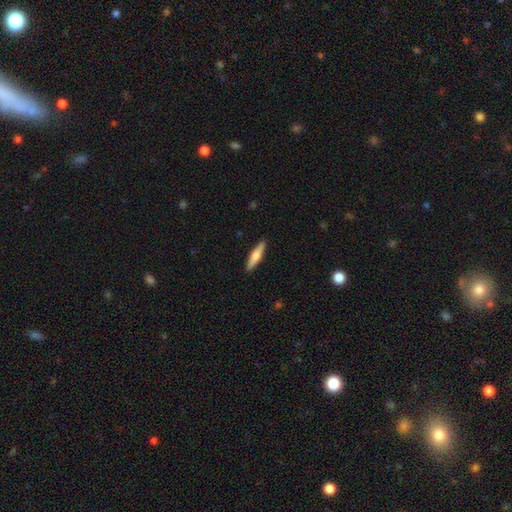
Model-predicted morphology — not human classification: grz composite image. It shows a smooth galaxy with no disk features (53%) that is cigar-shaped (81%). Merging: none (91%).